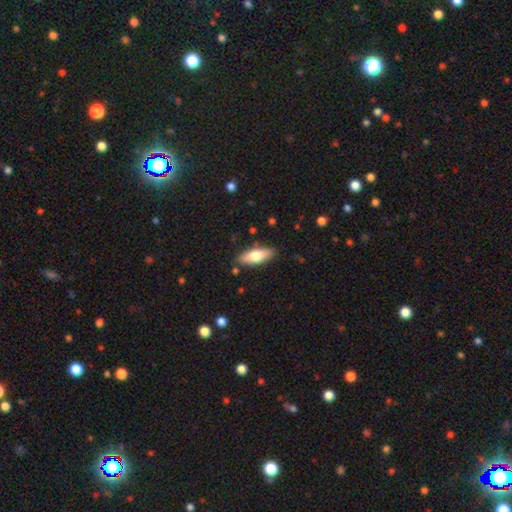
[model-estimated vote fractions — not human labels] Morphology: type=smooth (70%); roundness=in between (65%); merging=none (85%).